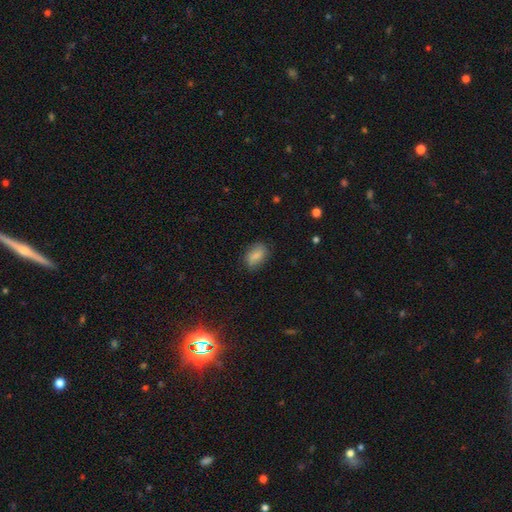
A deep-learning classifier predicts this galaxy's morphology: type=smooth (83%); roundness=in between (86%); merging=none (76%).